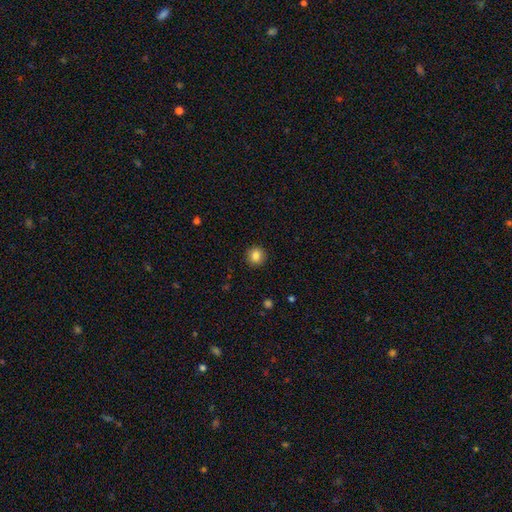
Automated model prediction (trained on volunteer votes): This appears to be a smooth galaxy with no disk features (85%) that is round (93%). Merging: none (92%).